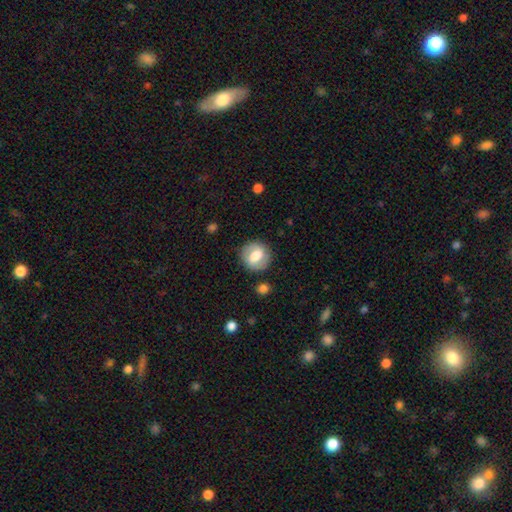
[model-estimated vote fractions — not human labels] Q: Smooth or featured?
A: smooth (47%); runner-up: featured or disk (46%)
Q: Merging?
A: none (84%); runner-up: minor disturbance (11%)